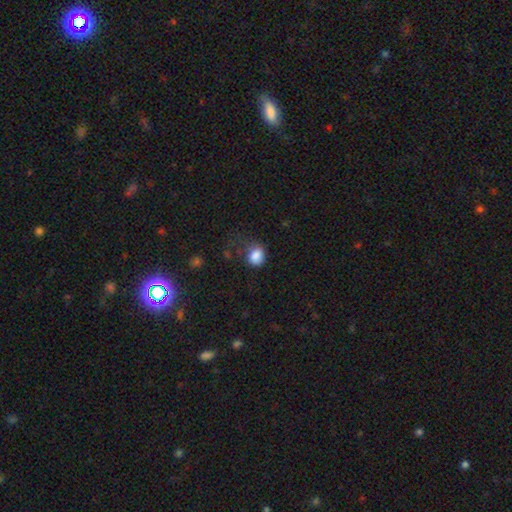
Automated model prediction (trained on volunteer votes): Overall: smooth (85%). How rounded: round (54%; in between 45%). Merging: none (47%; minor disturbance 28%).